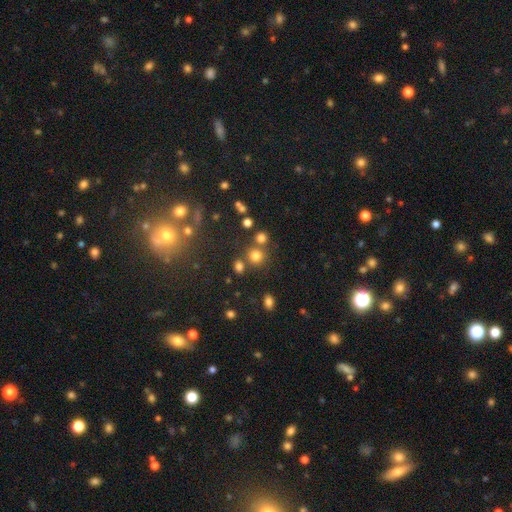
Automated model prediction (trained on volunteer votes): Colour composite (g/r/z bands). It shows a smooth galaxy with no disk features (74%) that is round (88%). Merging: none (69%).